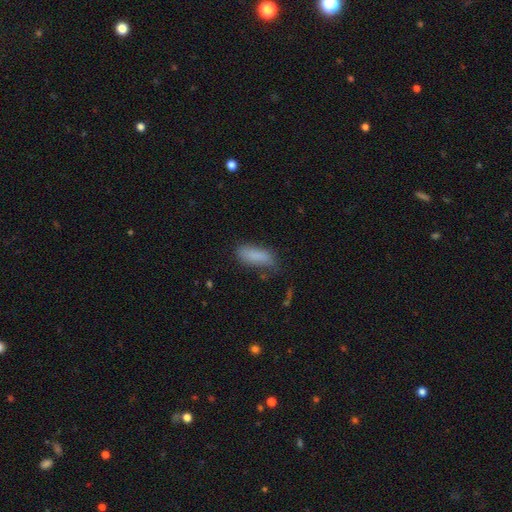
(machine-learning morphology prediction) smooth-or-featured: smooth: 85% | star or artifact: 8% | featured or disk: 7%
  how-rounded: in between: 63% | cigar-shaped: 35% | round: 2%
  merging: none: 67% | minor disturbance: 23% | major disturbance: 7% | merger: 3%